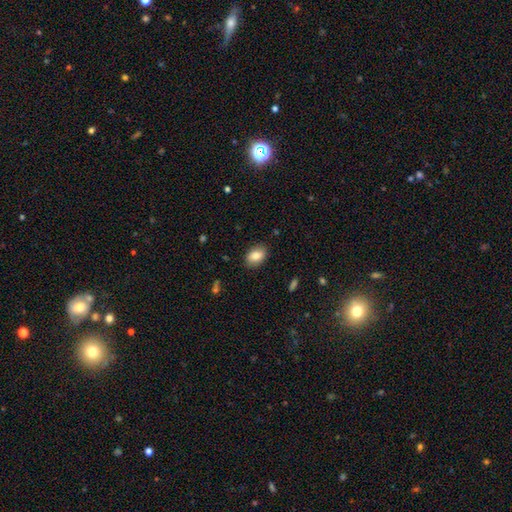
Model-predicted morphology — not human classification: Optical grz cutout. It shows a smooth galaxy with no disk features (83%) that is in between round and cigar-shaped (84%). Merging: none (86%).